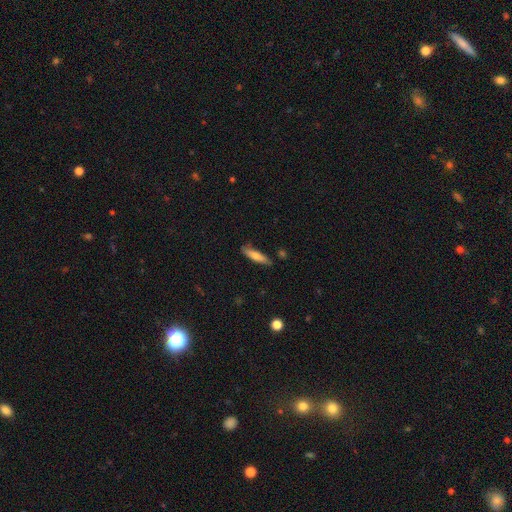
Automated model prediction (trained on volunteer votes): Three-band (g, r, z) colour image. It shows a smooth galaxy with no disk features (67%) that is cigar-shaped (79%). Merging: none (82%).